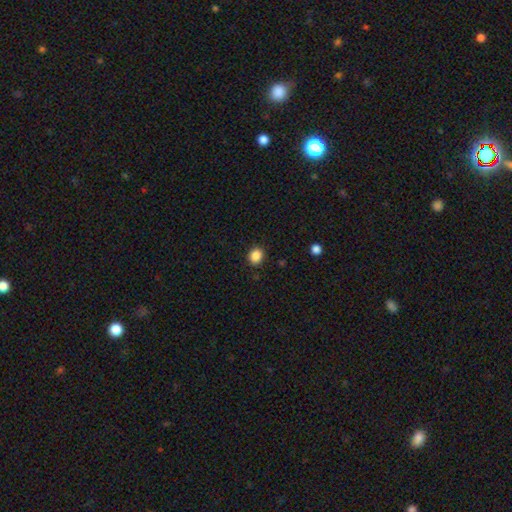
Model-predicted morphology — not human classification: A smooth galaxy with no disk features (87%) that is round (74%).

Vote fractions:
- Smooth or featured? smooth: 87% / star or artifact: 10% / featured or disk: 3%
- How rounded? round: 74% / in between: 25% / cigar-shaped: 1%
- Merging? none: 90% / minor disturbance: 7% / major disturbance: 2% / merger: 1%